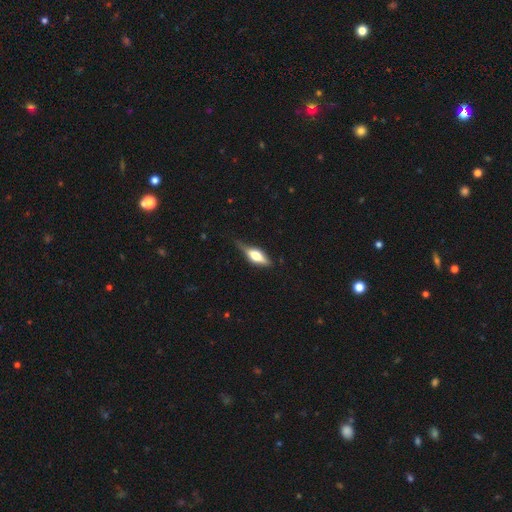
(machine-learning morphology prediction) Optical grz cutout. It shows a featured or disk galaxy (50%). Merging: none (61%).